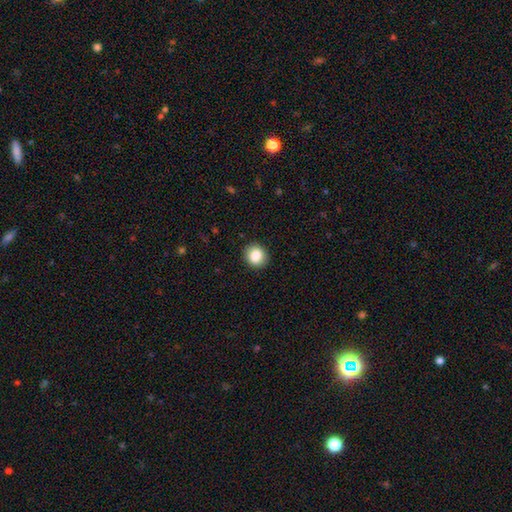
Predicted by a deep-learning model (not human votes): Morphology: type=smooth (85%); roundness=round (82%); merging=none (91%).